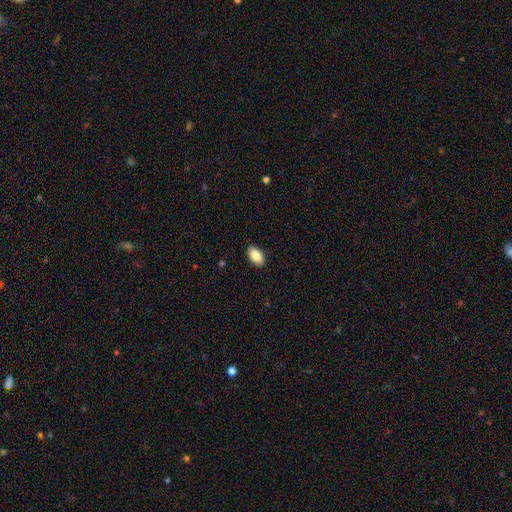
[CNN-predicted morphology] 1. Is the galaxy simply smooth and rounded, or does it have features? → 87% smooth, 7% star or artifact, 7% featured or disk.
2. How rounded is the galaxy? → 92% in between, 5% round, 2% cigar-shaped.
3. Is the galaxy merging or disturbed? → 90% none, 8% minor disturbance, 2% major disturbance, 1% merger.